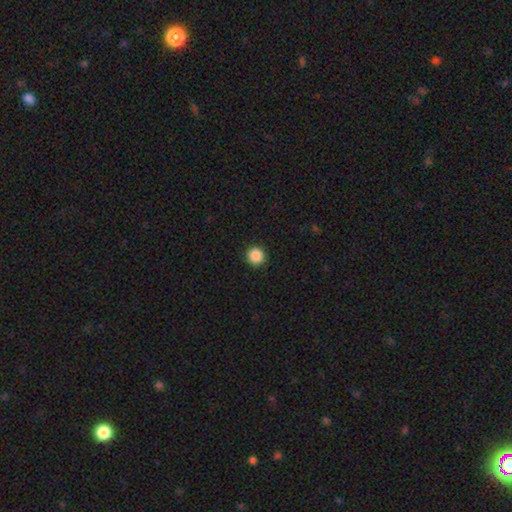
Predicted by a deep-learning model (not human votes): Smooth or featured? Predicted: smooth (p=0.88). How rounded? Predicted: round (p=0.95). Merging? Predicted: none (p=0.93).